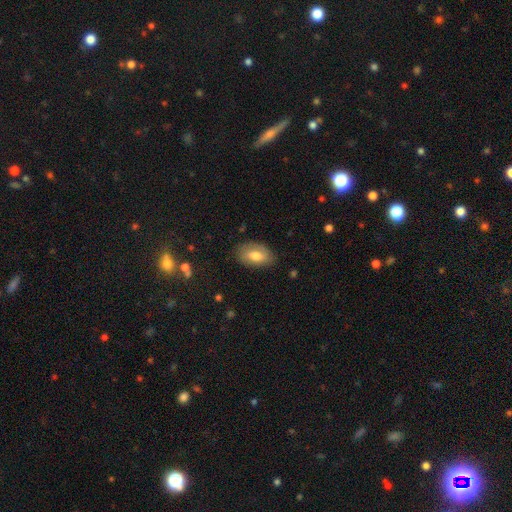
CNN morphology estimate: A smooth galaxy with no disk features (63%) that is in between round and cigar-shaped (91%).

Vote fractions:
- Smooth or featured? smooth: 63% / featured or disk: 30% / star or artifact: 7%
- How rounded? in between: 91% / round: 7% / cigar-shaped: 2%
- Merging? none: 77% / minor disturbance: 17% / major disturbance: 4% / merger: 1%